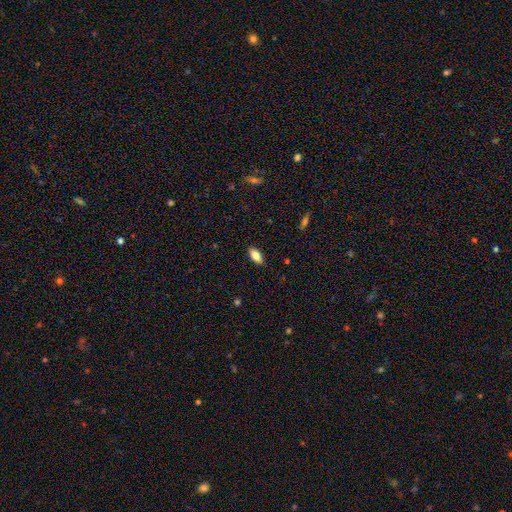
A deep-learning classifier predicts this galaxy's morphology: A smooth galaxy with no disk features (79%) that is in between round and cigar-shaped (84%).

Vote fractions:
- Smooth or featured? smooth: 79% / featured or disk: 14% / star or artifact: 7%
- How rounded? in between: 84% / cigar-shaped: 14% / round: 2%
- Merging? none: 88% / minor disturbance: 9% / major disturbance: 2% / merger: 1%